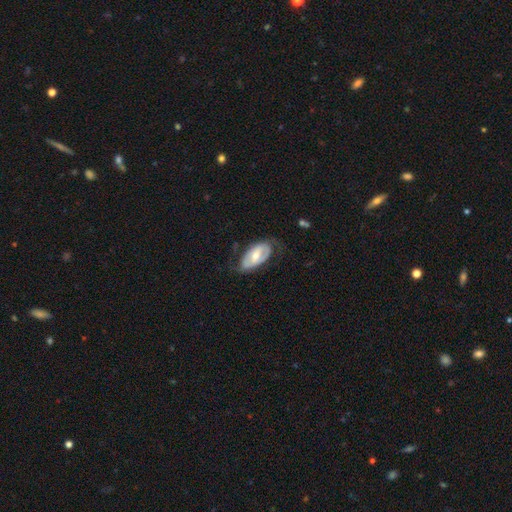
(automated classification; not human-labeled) Smooth or featured? featured or disk (58%)
Edge-on disk? no (91%)
Bar? weak (38%)
Spiral arms? yes (52%)
Bulge size? moderate (61%)
Merging? none (59%)